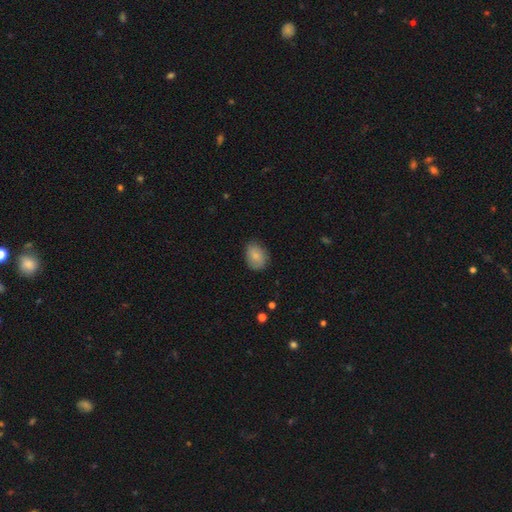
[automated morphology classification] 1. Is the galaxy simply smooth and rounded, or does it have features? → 80% smooth, 13% featured or disk, 7% star or artifact.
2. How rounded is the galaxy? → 65% in between, 34% round, 1% cigar-shaped.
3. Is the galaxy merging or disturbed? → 78% none, 17% minor disturbance, 3% major disturbance, 1% merger.